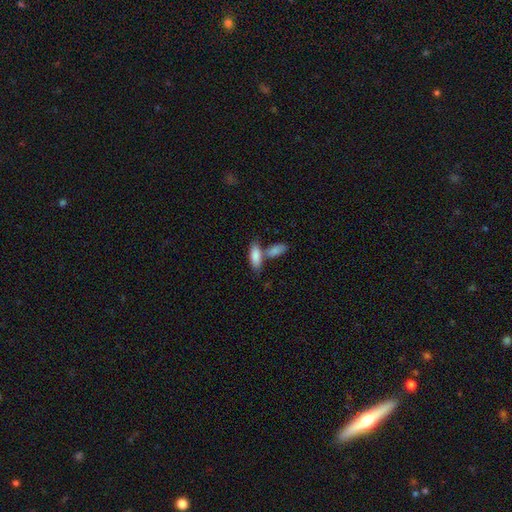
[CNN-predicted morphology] smooth 84%, featured or disk 10%, star or artifact 6%. Down the decision tree: how rounded — in between (74%); merging — merger (44%).